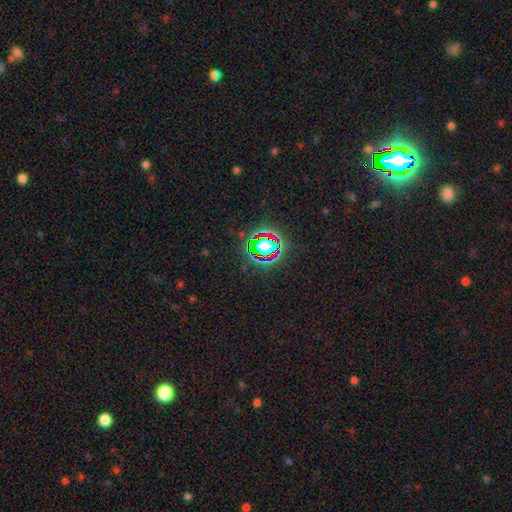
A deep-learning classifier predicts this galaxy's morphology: This appears to be a star or artifact, not a galaxy (82%).